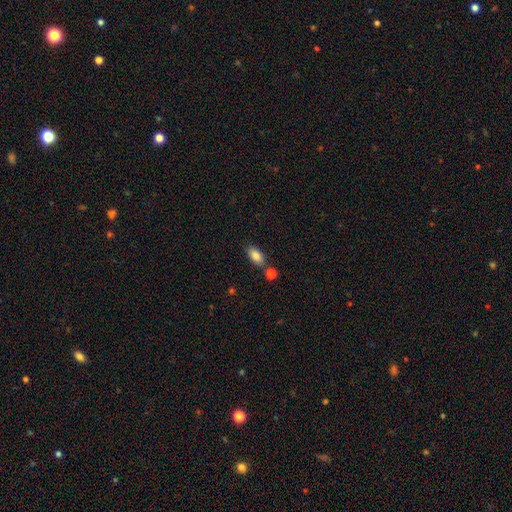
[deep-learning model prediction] A smooth galaxy with no disk features (83%) that is in between round and cigar-shaped (90%).

Vote fractions:
- Smooth or featured? smooth: 83% / featured or disk: 9% / star or artifact: 8%
- How rounded? in between: 90% / cigar-shaped: 6% / round: 5%
- Merging? none: 73% / merger: 12% / minor disturbance: 12% / major disturbance: 3%